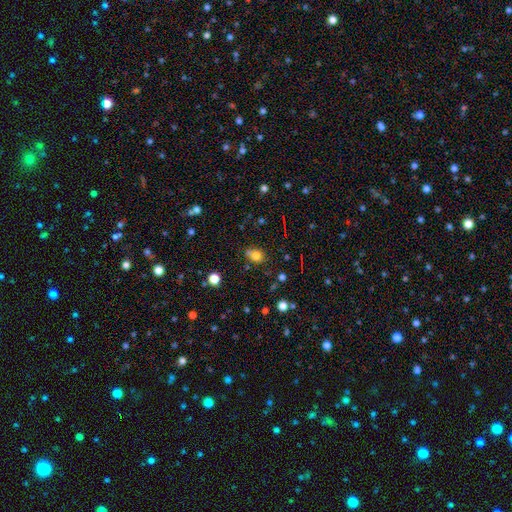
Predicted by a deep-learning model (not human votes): smooth 76%, star or artifact 16%, featured or disk 9%. Down the decision tree: how rounded — round (62%); merging — none (60%).